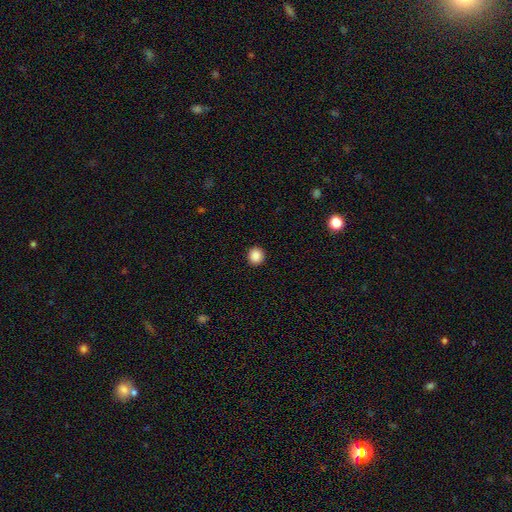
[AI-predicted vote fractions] This is clearly a smooth galaxy (88%). How rounded: clearly round (88%). Merging: clearly none (92%).